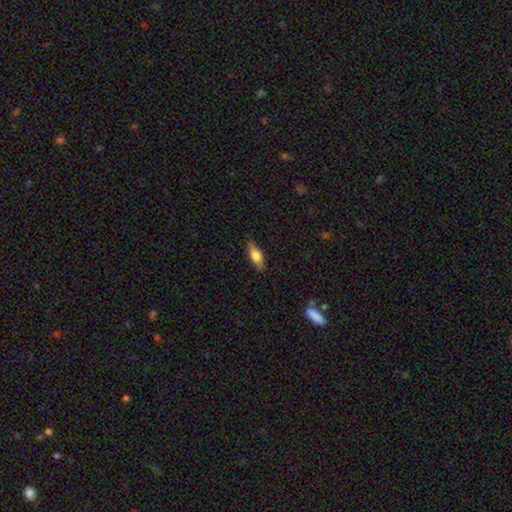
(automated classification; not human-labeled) smooth_or_featured: smooth (p=0.62) [alt: featured or disk p=0.32]
how_rounded: in between (p=0.54) [alt: cigar-shaped p=0.43]
merging: none (p=0.85) [alt: minor disturbance p=0.11]